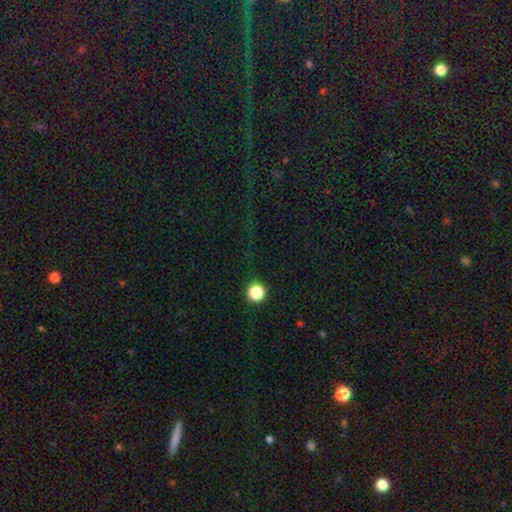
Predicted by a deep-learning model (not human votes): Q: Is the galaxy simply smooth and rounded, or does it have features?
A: star or artifact — 75%.